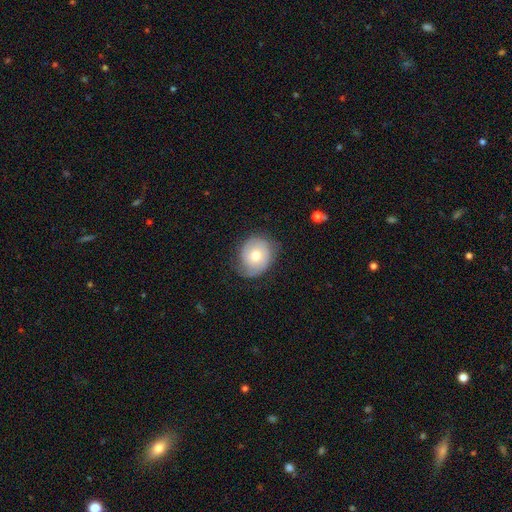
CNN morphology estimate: Overall: smooth (53%; featured or disk 40%). How rounded: round (65%; in between 34%). Merging: none (66%).